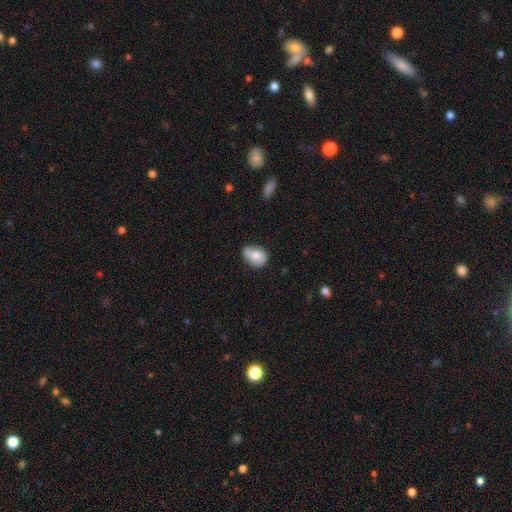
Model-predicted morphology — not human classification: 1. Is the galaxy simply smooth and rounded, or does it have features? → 68% smooth, 25% featured or disk, 7% star or artifact.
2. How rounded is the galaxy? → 73% in between, 25% round, 1% cigar-shaped.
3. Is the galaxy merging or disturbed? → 57% none, 33% minor disturbance, 6% major disturbance, 4% merger.